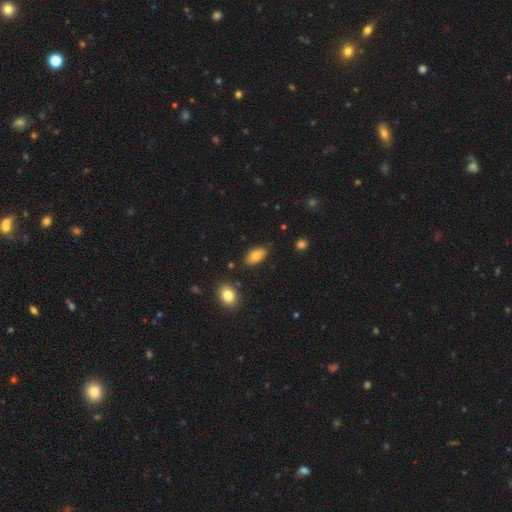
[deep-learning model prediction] Morphology: type=smooth (79%); roundness=in between (93%); merging=none (81%).